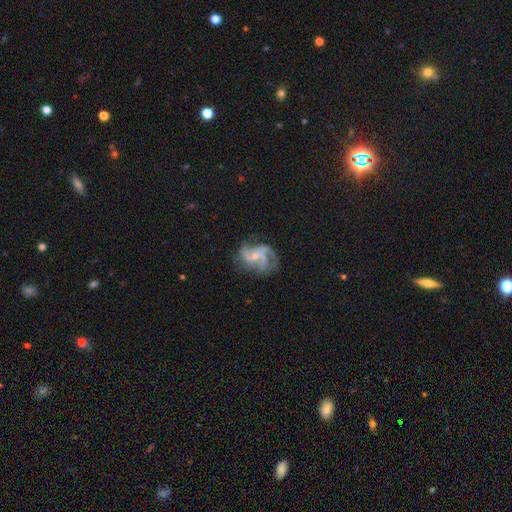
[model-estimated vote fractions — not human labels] A featured or disk galaxy (84%) with no bar (53%), 3 (52%) medium (48%) spiral arms (95%) and a small central bulge (61%).

Vote fractions:
- Smooth or featured? featured or disk: 84% / smooth: 9% / star or artifact: 7%
- Edge-on disk? no: 98% / yes: 2%
- Bar? no: 53% / weak: 37% / strong: 10%
- Spiral arms? yes: 95% / no: 5%
- Spiral winding? medium: 48% / loose: 35% / tight: 17%
- Spiral arm count? 3: 52% / 2: 17% / 4: 13% / can't tell: 10% / 1: 4% / more than 4: 4%
- Bulge size? small: 61% / moderate: 32% / none: 5% / large: 1% / dominant: 1%
- Merging? none: 57% / minor disturbance: 22% / major disturbance: 19% / merger: 2%